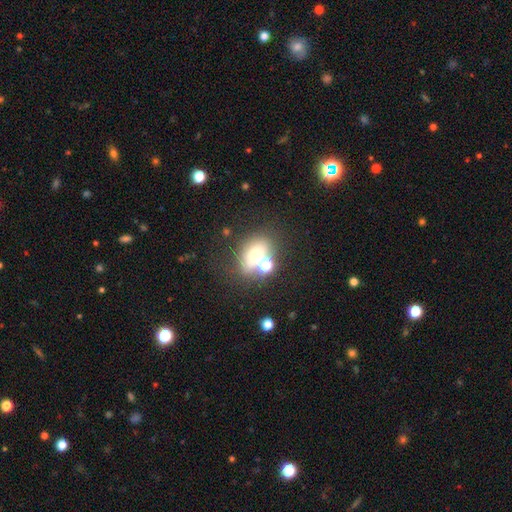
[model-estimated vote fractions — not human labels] Q: Smooth or featured?
A: smooth (62%); runner-up: featured or disk (20%)
Q: How rounded?
A: in between (61%); runner-up: round (36%)
Q: Merging?
A: none (51%); runner-up: merger (28%)